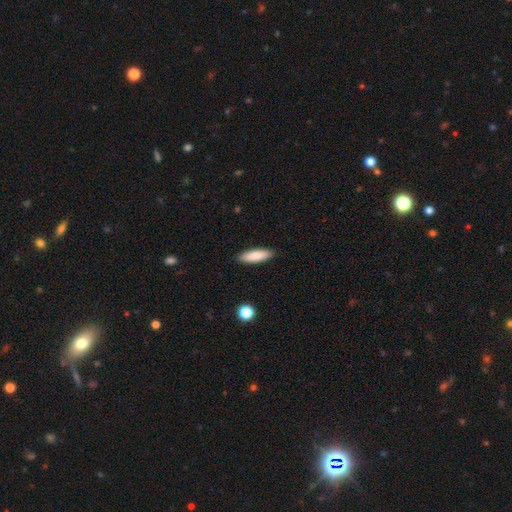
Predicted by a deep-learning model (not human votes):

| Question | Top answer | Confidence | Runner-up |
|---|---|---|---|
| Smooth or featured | smooth | 85% | featured or disk (9%) |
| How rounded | cigar-shaped | 59% | in between (40%) |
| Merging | none | 90% | minor disturbance (7%) |